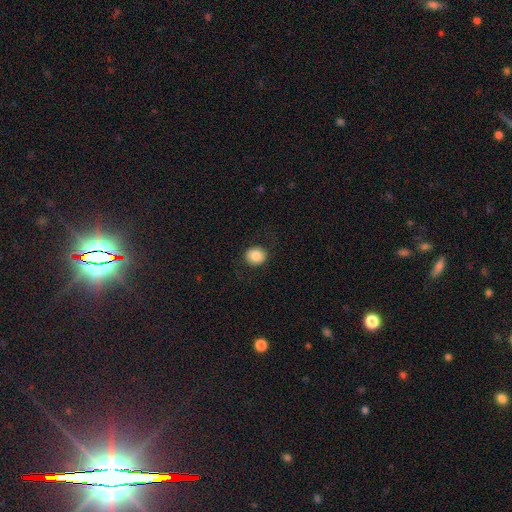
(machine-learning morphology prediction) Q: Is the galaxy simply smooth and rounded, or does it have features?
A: smooth — 82%.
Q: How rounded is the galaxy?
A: round — 82%.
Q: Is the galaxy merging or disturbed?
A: none — 87%.